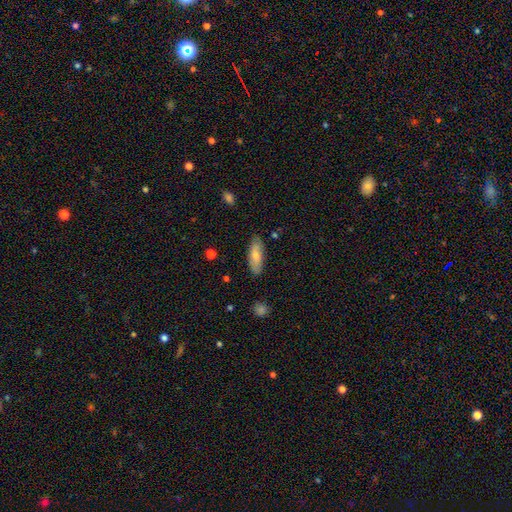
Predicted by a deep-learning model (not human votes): This is likely a smooth galaxy (72%). How rounded: likely in between (66%). Merging: clearly none (81%).